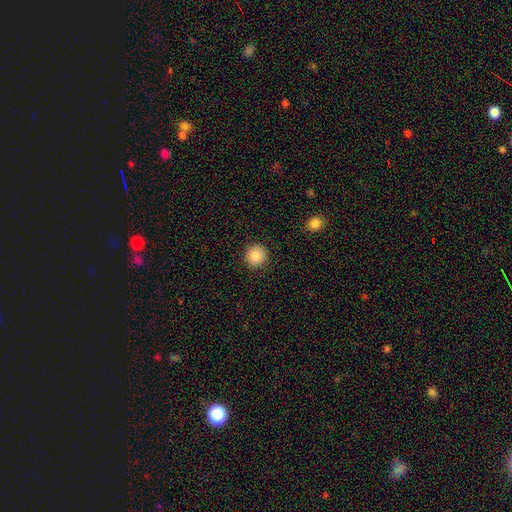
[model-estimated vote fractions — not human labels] Overall: smooth (88%). How rounded: round (94%). Merging: none (92%).